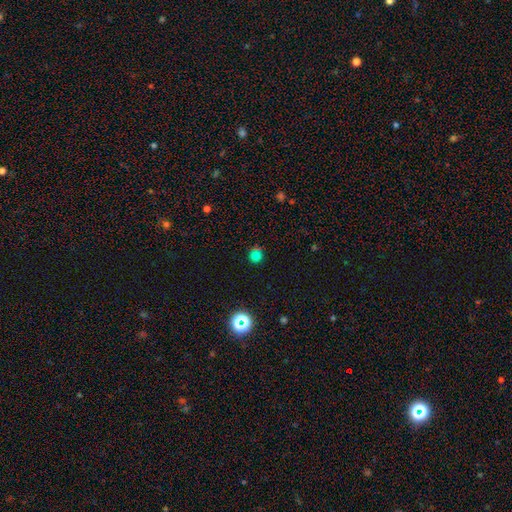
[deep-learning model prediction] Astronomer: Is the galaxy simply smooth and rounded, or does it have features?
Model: smooth — 70%.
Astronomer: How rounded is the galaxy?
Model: round — 89%.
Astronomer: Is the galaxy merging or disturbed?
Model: none — 72%.